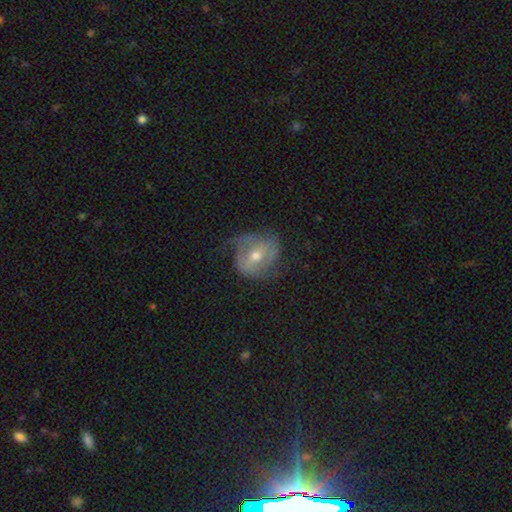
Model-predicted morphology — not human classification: featured or disk 63%, smooth 29%, star or artifact 8%. Down the decision tree: edge-on disk — no (95%); bar — weak (40%); spiral arms — yes (73%); bulge size — moderate (66%); merging — none (57%).